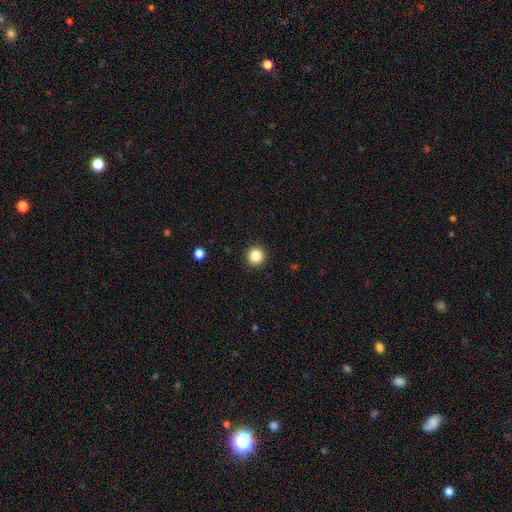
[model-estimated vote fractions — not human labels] A smooth galaxy with no disk features (86%) that is round (95%).

Vote fractions:
- Smooth or featured? smooth: 86% / star or artifact: 10% / featured or disk: 4%
- How rounded? round: 95% / in between: 4% / cigar-shaped: 1%
- Merging? none: 92% / minor disturbance: 5% / major disturbance: 2% / merger: 1%